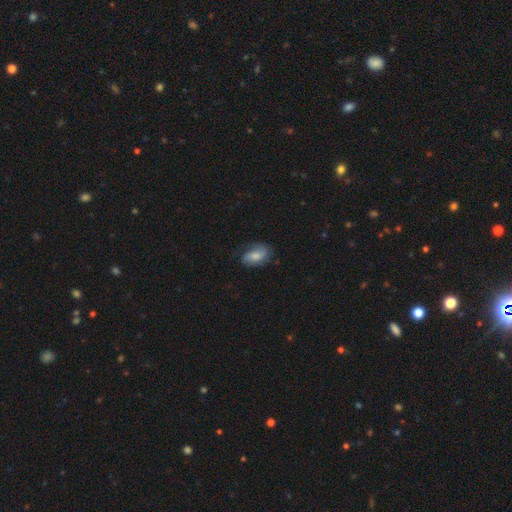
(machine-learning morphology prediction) smooth 54%, featured or disk 38%, star or artifact 8%. Down the decision tree: how rounded — in between (88%); merging — none (67%).